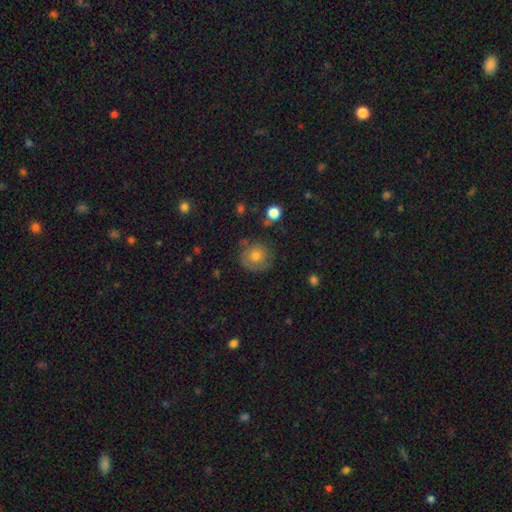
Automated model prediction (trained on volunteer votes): The model was most divided on "smooth or featured": smooth: 63%, featured or disk: 24%, star or artifact: 13%. More confident: how rounded — round (90%); merging — none (77%).